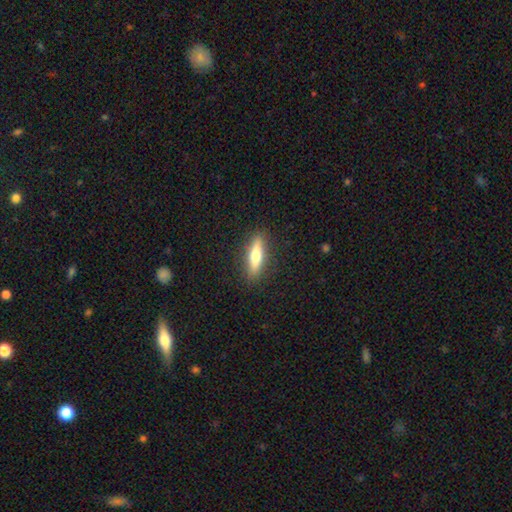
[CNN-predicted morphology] A smooth galaxy with no disk features (63%) that is cigar-shaped (68%). Merging: none (89%).